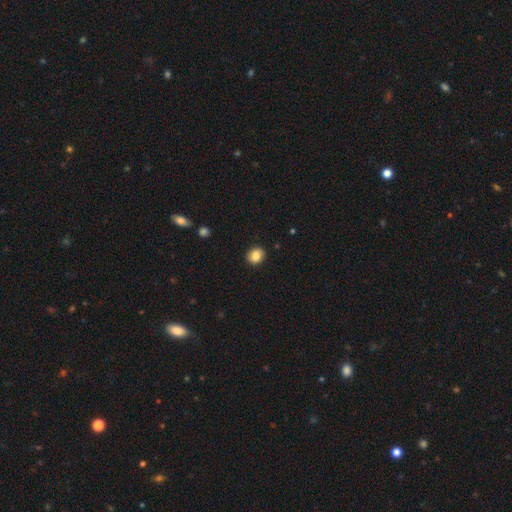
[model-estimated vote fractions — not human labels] smooth_or_featured: smooth (p=0.83) [alt: star or artifact p=0.09]
how_rounded: round (p=0.65) [alt: in between p=0.34]
merging: none (p=0.89) [alt: minor disturbance p=0.08]